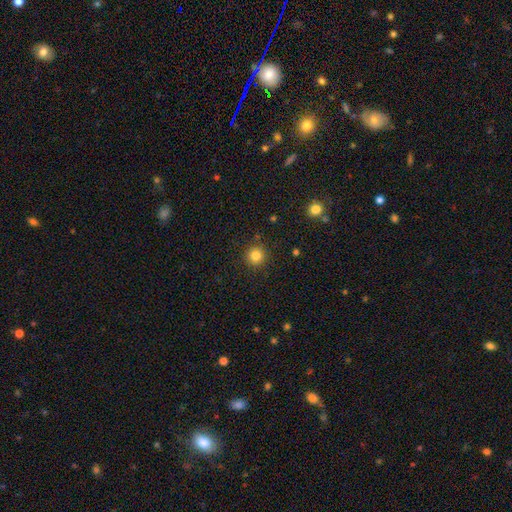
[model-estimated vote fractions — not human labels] Smooth or featured? Predicted: smooth (p=0.82). How rounded? Predicted: round (p=0.94). Merging? Predicted: none (p=0.89).